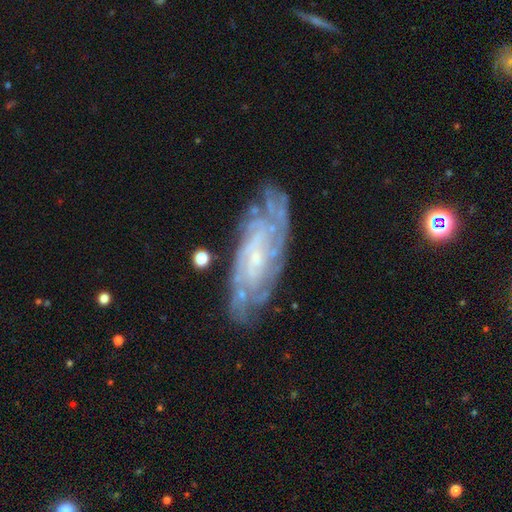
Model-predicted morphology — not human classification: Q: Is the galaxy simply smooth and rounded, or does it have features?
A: featured or disk — 82%.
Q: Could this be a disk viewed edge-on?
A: no — 89%.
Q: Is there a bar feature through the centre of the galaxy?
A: no — 57%.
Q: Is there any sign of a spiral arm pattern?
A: yes — 92%.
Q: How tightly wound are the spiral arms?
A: tight — 67%.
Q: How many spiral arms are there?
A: can't tell — 49%.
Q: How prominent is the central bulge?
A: small — 74%.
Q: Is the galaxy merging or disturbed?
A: none — 73%.